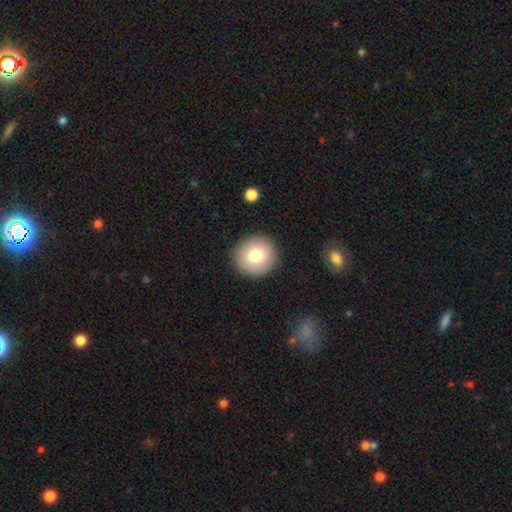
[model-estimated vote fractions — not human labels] Morphology: type=smooth (79%); roundness=round (93%); merging=none (91%).